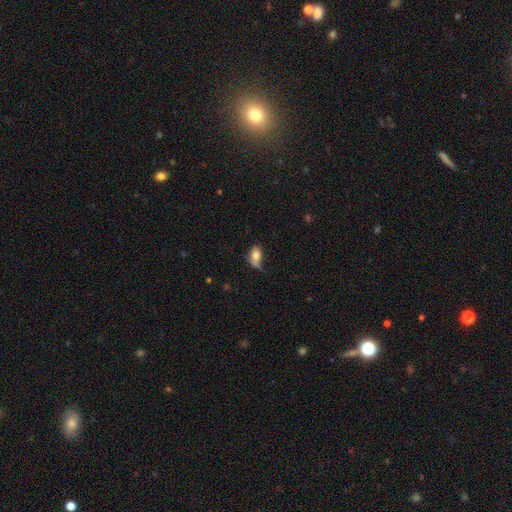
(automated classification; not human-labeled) Overall: smooth (71%). How rounded: in between (83%). Merging: major disturbance (32%; minor disturbance 31%).